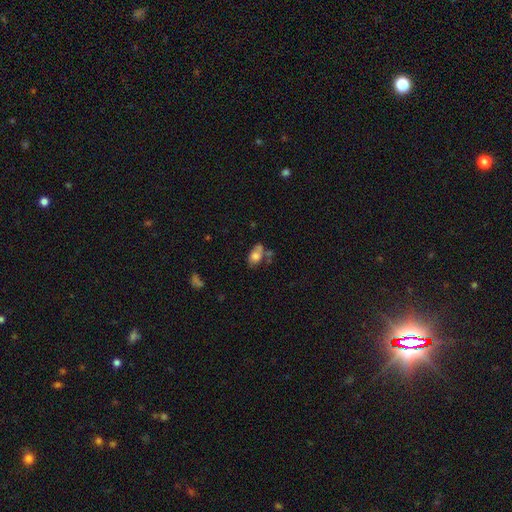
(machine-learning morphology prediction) A smooth galaxy with no disk features (73%) that is in between round and cigar-shaped (82%). Merging: none (42%).